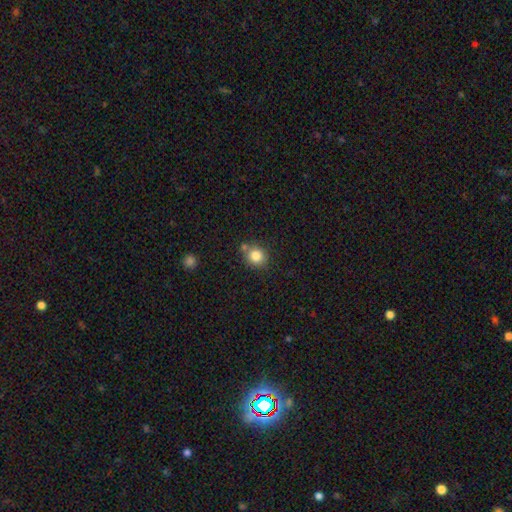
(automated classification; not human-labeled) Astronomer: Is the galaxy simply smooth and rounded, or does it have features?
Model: smooth — 83%.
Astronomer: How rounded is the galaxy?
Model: round — 80%.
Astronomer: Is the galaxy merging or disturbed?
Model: none — 69%.